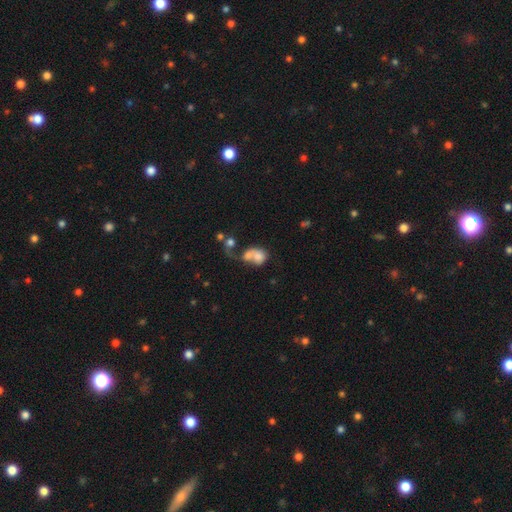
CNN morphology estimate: smooth_or_featured: smooth (p=0.65) [alt: featured or disk p=0.25]
how_rounded: round (p=0.51) [alt: in between p=0.47]
merging: merger (p=0.67) [alt: none p=0.14]